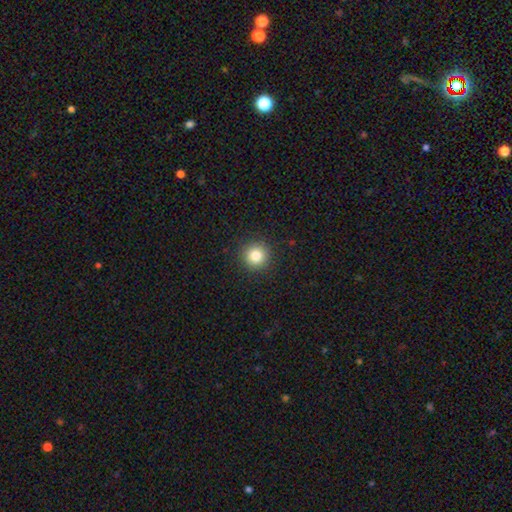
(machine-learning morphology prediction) smooth_or_featured: smooth (p=0.82) [alt: star or artifact p=0.11]
how_rounded: round (p=0.95) [alt: in between p=0.04]
merging: none (p=0.92) [alt: minor disturbance p=0.06]